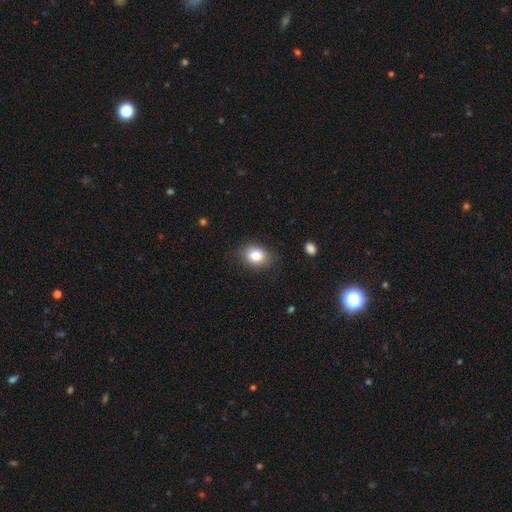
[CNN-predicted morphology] This is clearly a smooth galaxy (82%). How rounded: likely in between (62%). Merging: likely none (80%).